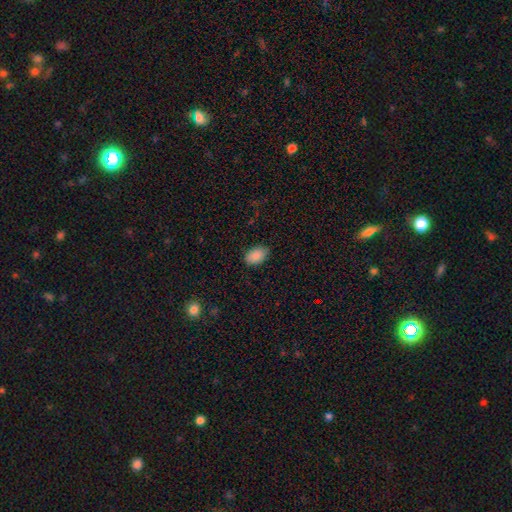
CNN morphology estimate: A smooth galaxy with no disk features (89%) that is in between round and cigar-shaped (90%).

Vote fractions:
- Smooth or featured? smooth: 89% / star or artifact: 7% / featured or disk: 3%
- How rounded? in between: 90% / round: 9% / cigar-shaped: 1%
- Merging? none: 85% / minor disturbance: 11% / major disturbance: 2% / merger: 1%